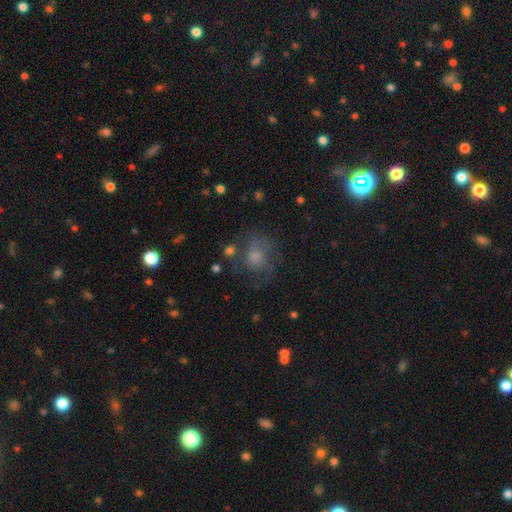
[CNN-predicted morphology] Smooth or featured? smooth (56%)
How rounded? round (67%)
Merging? none (50%)